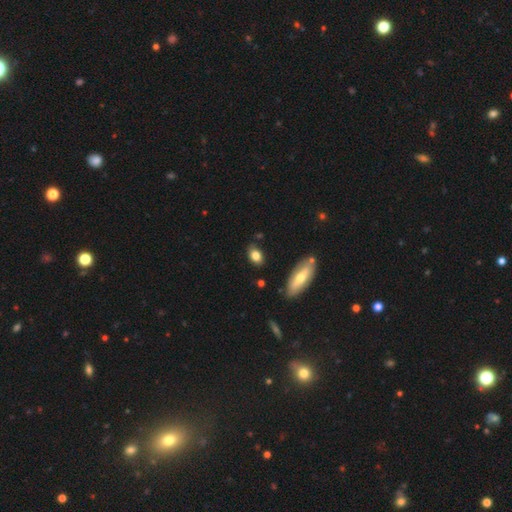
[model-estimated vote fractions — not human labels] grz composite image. It shows a smooth galaxy with no disk features (81%) that is in between round and cigar-shaped (80%). Merging: none (76%).